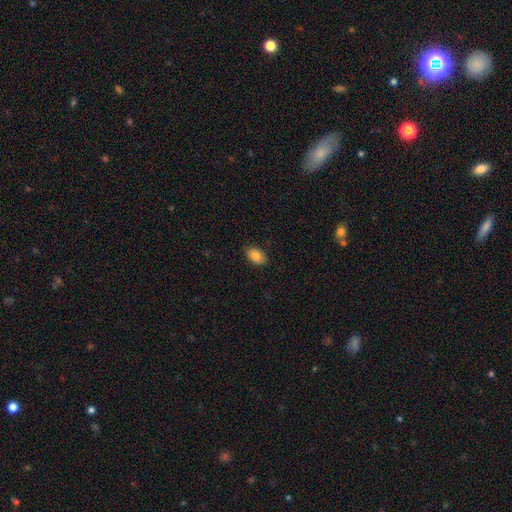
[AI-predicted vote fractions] The model was most divided on "merging": none: 86%, minor disturbance: 11%, major disturbance: 2%, merger: 1%. More confident: how rounded — in between (90%); smooth or featured — smooth (85%).